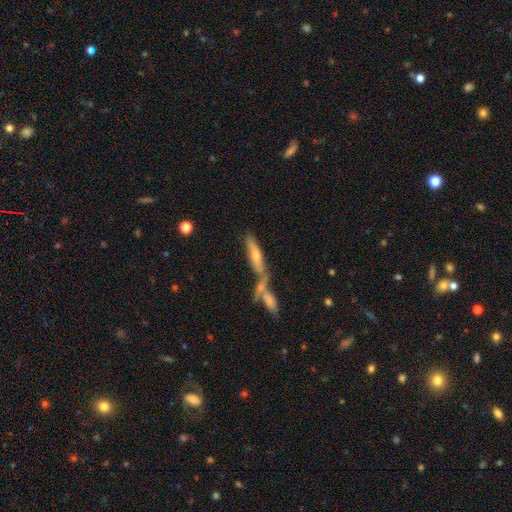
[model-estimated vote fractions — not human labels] A featured or disk galaxy (47%).

Vote fractions:
- Smooth or featured? featured or disk: 47% / smooth: 44% / star or artifact: 9%
- Merging? none: 45% / merger: 40% / minor disturbance: 10% / major disturbance: 4%